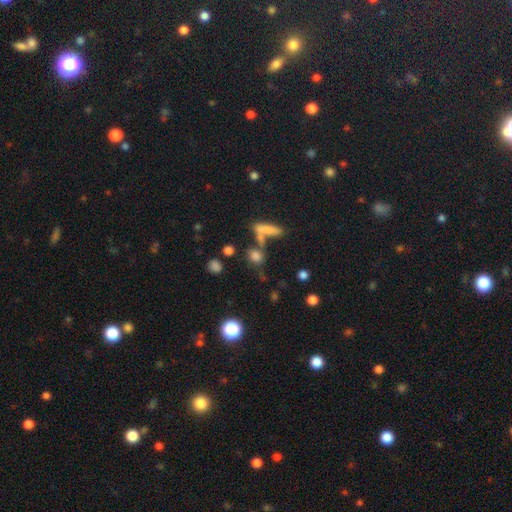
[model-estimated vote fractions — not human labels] Morphology: type=smooth (73%); roundness=round (51%); merging=none (55%).